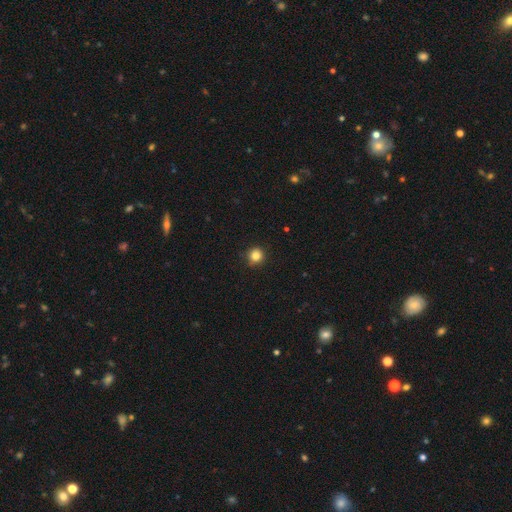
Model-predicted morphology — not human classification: This is clearly a smooth galaxy (84%). How rounded: clearly round (93%). Merging: clearly none (89%).